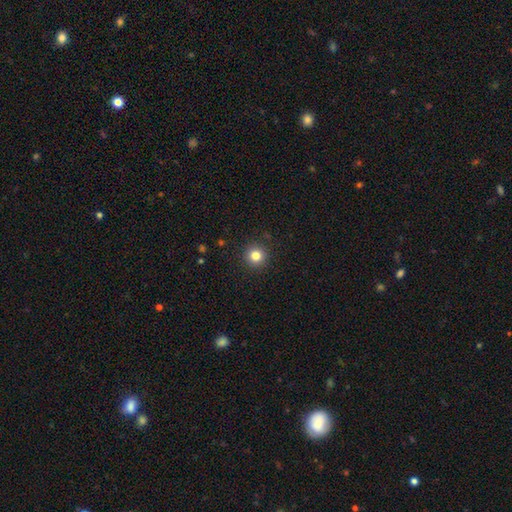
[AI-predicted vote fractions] smooth_or_featured: smooth (p=0.82) [alt: star or artifact p=0.12]
how_rounded: round (p=0.95) [alt: in between p=0.04]
merging: none (p=0.92) [alt: minor disturbance p=0.05]